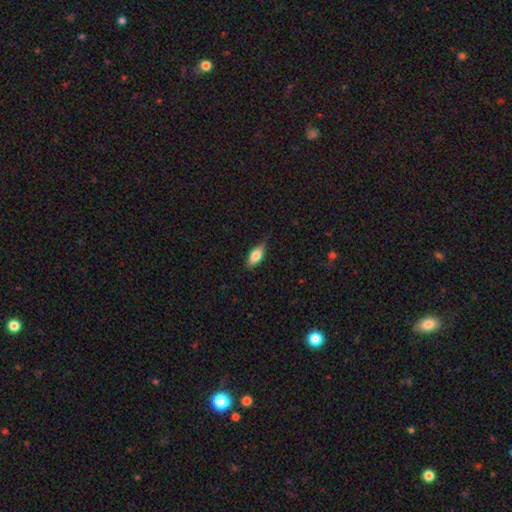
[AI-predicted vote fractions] Smooth or featured? Predicted: smooth (p=0.79). How rounded? Predicted: in between (p=0.80). Merging? Predicted: none (p=0.71).